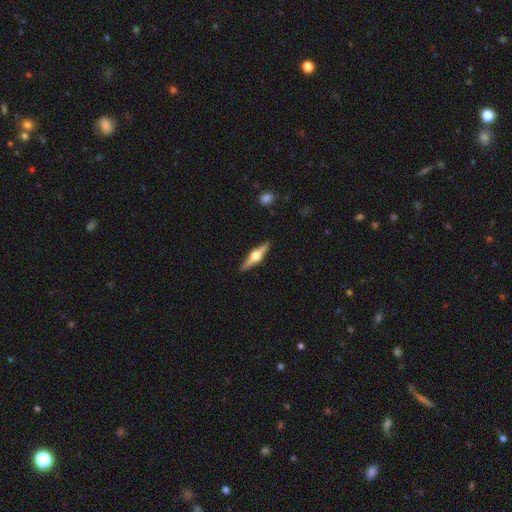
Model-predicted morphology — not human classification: Q: Smooth or featured?
A: featured or disk (73%); runner-up: smooth (21%)
Q: Edge-on disk?
A: yes (98%); runner-up: no (2%)
Q: Edge-on bulge?
A: rounded (96%); runner-up: boxy (3%)
Q: Merging?
A: none (91%); runner-up: minor disturbance (7%)